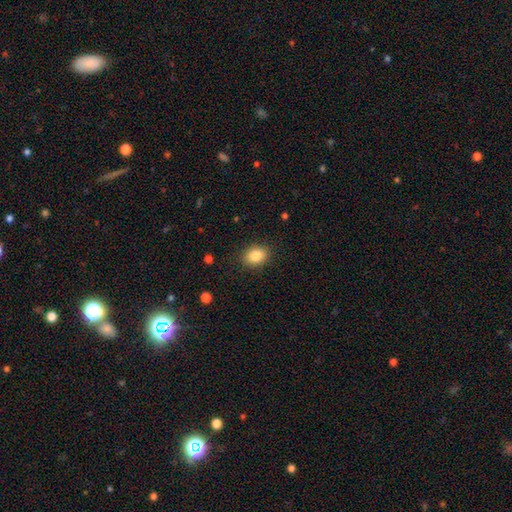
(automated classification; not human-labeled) Smooth or featured? smooth (86%)
How rounded? in between (64%)
Merging? none (87%)